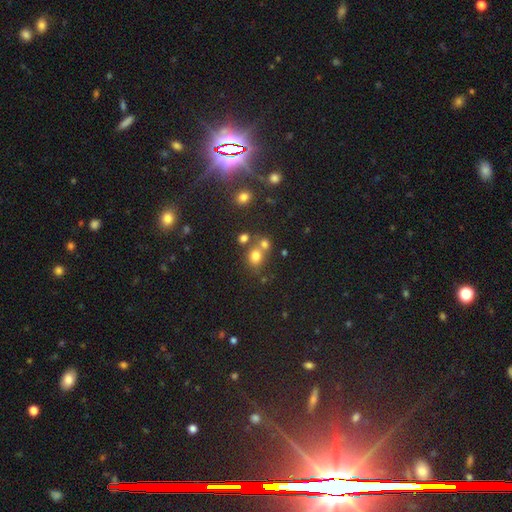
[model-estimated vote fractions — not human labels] smooth_or_featured: smooth (p=0.73) [alt: star or artifact p=0.17]
how_rounded: round (p=0.71) [alt: in between p=0.28]
merging: none (p=0.52) [alt: merger p=0.34]